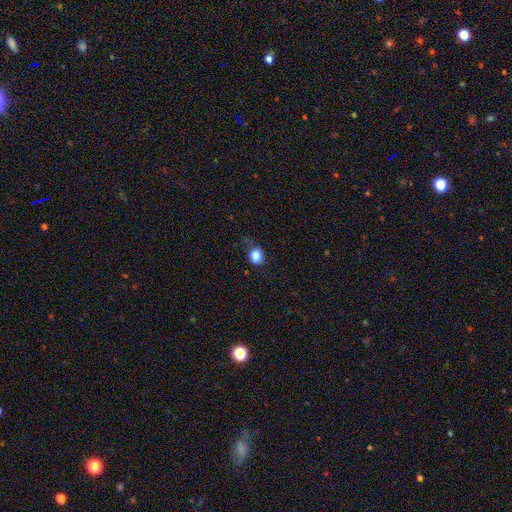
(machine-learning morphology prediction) Smooth or featured? Predicted: smooth (p=0.85). How rounded? Predicted: round (p=0.67). Merging? Predicted: none (p=0.62).